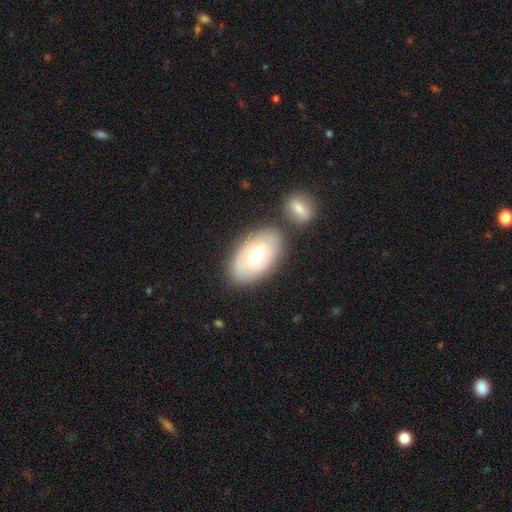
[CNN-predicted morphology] Smooth or featured? Predicted: smooth (p=0.55). How rounded? Predicted: in between (p=0.92). Merging? Predicted: none (p=0.72).